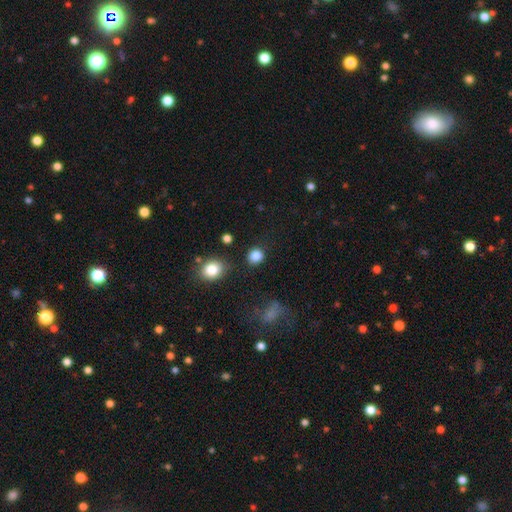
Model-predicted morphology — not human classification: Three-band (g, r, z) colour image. It shows a smooth galaxy with no disk features (85%) that is round (79%). Merging: none (83%).